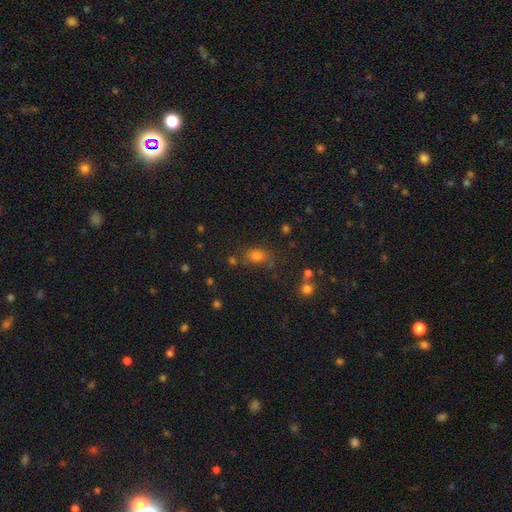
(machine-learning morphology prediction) The model was most divided on "how rounded": in between: 66%, round: 32%, cigar-shaped: 2%. More confident: smooth or featured — smooth (76%); merging — none (65%).